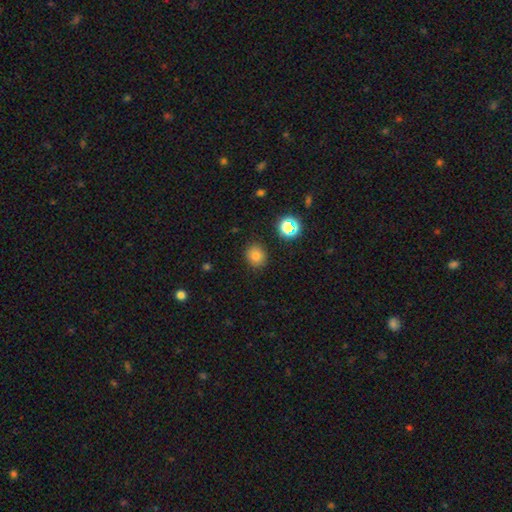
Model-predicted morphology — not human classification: smooth_or_featured: smooth (p=0.78) [alt: star or artifact p=0.15]
how_rounded: round (p=0.80) [alt: in between p=0.19]
merging: none (p=0.88) [alt: minor disturbance p=0.08]